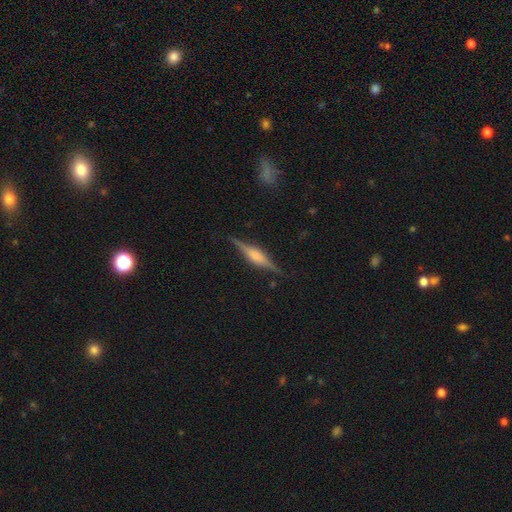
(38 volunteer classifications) Smooth or featured? 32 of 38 (84%) said featured or disk. Edge-on disk? 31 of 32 (97%) said yes. Edge-on bulge? 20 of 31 (65%) said rounded. Merging? 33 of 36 (92%) said none.